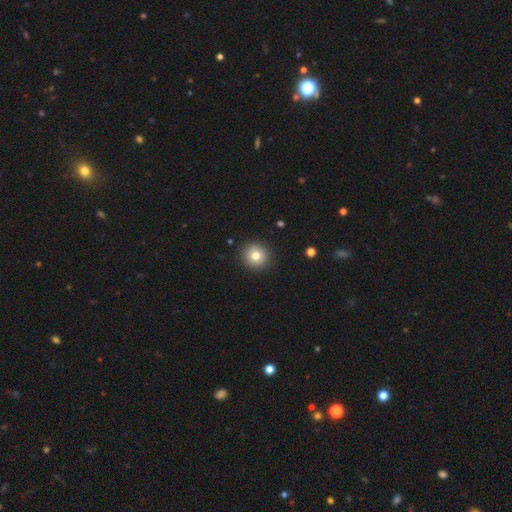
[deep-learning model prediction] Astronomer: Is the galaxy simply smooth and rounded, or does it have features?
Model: smooth — 80%.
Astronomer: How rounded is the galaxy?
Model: round — 93%.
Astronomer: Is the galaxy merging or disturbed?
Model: none — 91%.